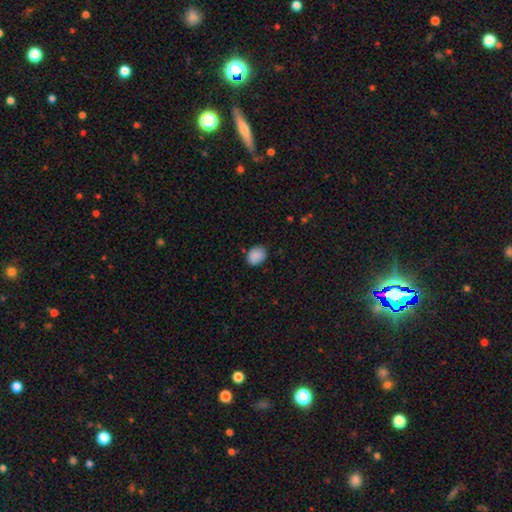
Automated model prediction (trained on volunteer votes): Smooth or featured? Predicted: smooth (p=0.89). How rounded? Predicted: in between (p=0.55). Merging? Predicted: none (p=0.80).